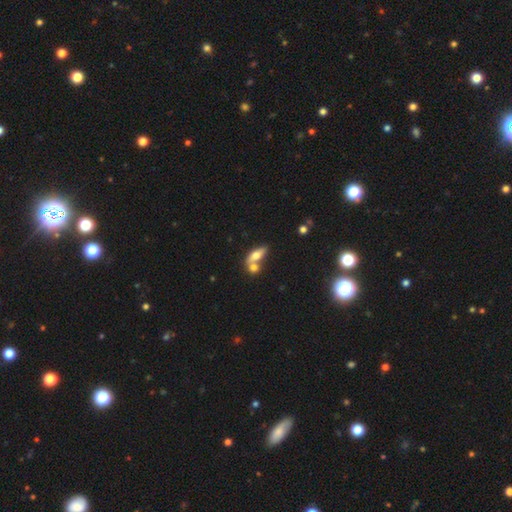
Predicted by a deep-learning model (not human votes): Smooth or featured?
  - smooth: 58% *
  - featured or disk: 34%
  - star or artifact: 8%
How rounded?
  - in between: 65% *
  - cigar-shaped: 28%
  - round: 7%
Merging?
  - merger: 48% *
  - none: 38%
  - minor disturbance: 9%
  - major disturbance: 4%